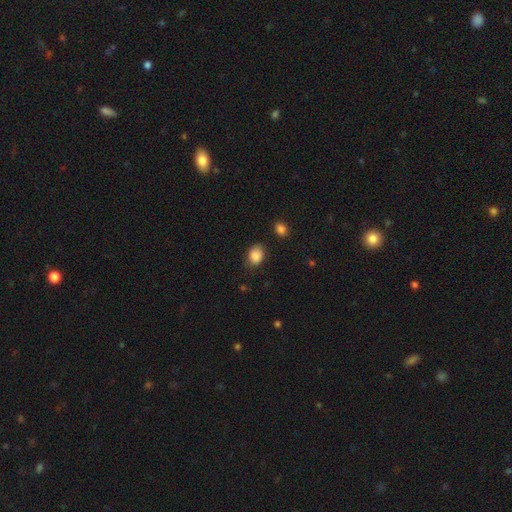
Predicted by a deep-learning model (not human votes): This appears to be a smooth galaxy with no disk features (87%) that is in between round and cigar-shaped (58%). Merging: none (75%).